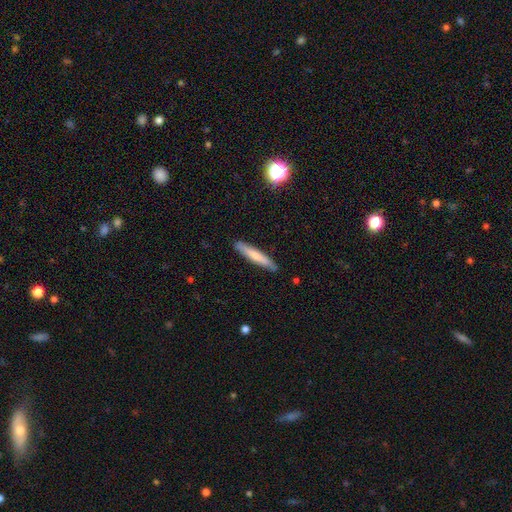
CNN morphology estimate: smooth-or-featured: smooth: 68% | featured or disk: 26% | star or artifact: 6%
  how-rounded: cigar-shaped: 93% | in between: 6% | round: 1%
  merging: none: 88% | minor disturbance: 9% | major disturbance: 2% | merger: 1%